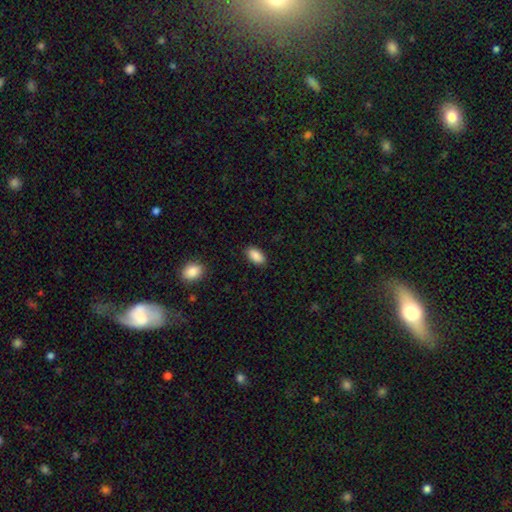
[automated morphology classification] The model was most divided on "merging": none: 88%, minor disturbance: 9%, major disturbance: 2%, merger: 1%. More confident: how rounded — in between (93%); smooth or featured — smooth (89%).